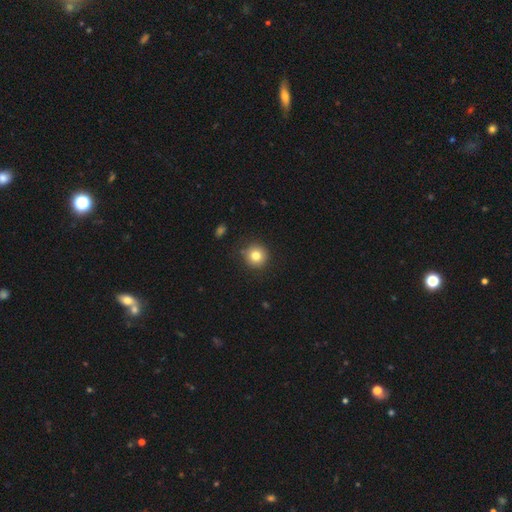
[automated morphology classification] smooth 80%, star or artifact 11%, featured or disk 9%. Down the decision tree: how rounded — round (94%); merging — none (88%).